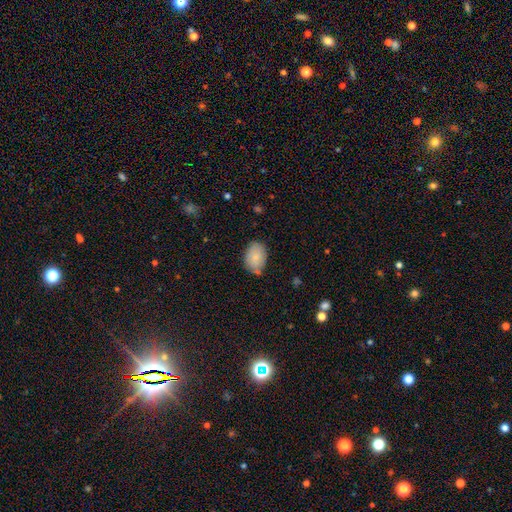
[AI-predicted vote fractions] This is clearly a smooth galaxy (84%). How rounded: clearly in between (85%). Merging: likely none (72%).